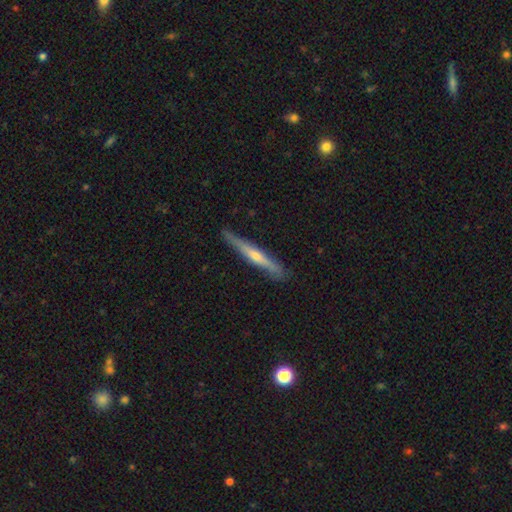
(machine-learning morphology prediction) A featured or disk galaxy (62%) viewed edge-on (96%) with a rounded central bulge (71%).

Vote fractions:
- Smooth or featured? featured or disk: 62% / smooth: 33% / star or artifact: 5%
- Edge-on disk? yes: 96% / no: 4%
- Edge-on bulge? rounded: 71% / none: 23% / boxy: 6%
- Merging? none: 86% / minor disturbance: 11% / major disturbance: 2% / merger: 1%